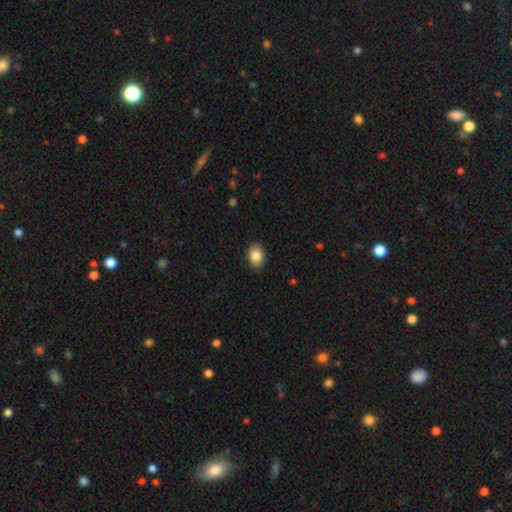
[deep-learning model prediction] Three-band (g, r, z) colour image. It shows a smooth galaxy with no disk features (87%) that is in between round and cigar-shaped (69%). Merging: none (89%).